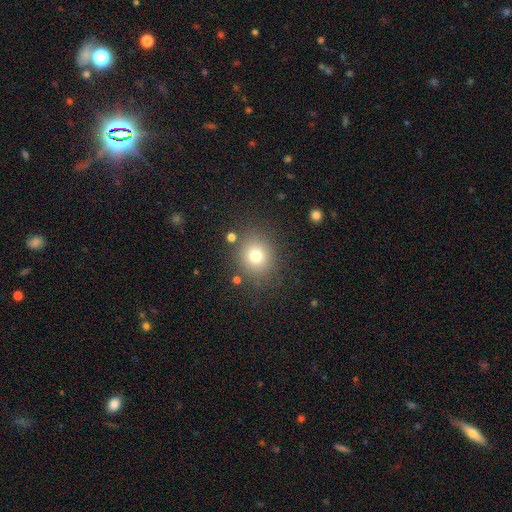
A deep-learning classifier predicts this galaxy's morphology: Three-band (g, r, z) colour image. It shows a smooth galaxy with no disk features (75%) that is round (83%). Merging: none (83%).